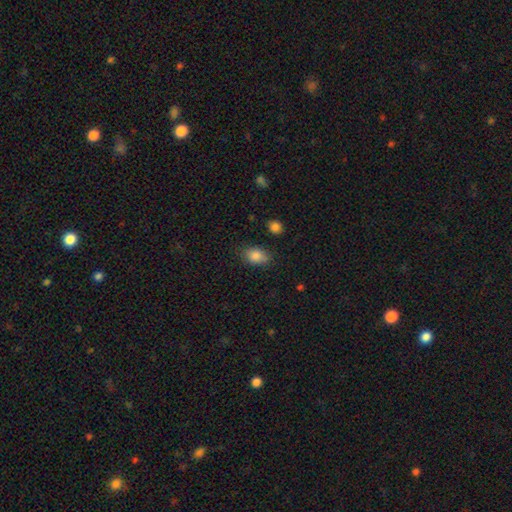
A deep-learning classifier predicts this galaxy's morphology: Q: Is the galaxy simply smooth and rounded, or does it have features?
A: smooth — 86%.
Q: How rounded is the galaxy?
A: in between — 79%.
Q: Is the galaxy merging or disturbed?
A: none — 78%.